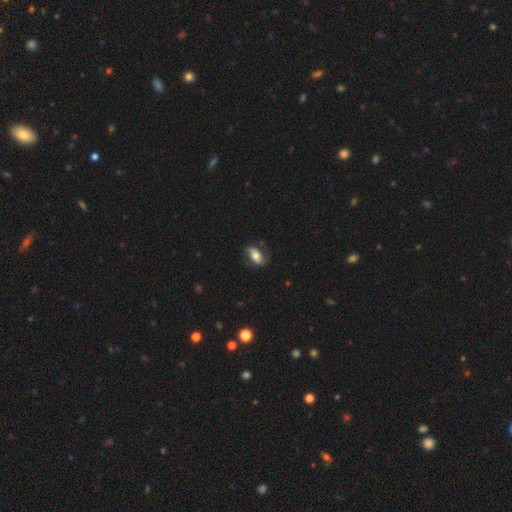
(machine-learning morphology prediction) Q: Smooth or featured?
A: smooth (49%); runner-up: featured or disk (43%)
Q: Merging?
A: none (69%); runner-up: minor disturbance (21%)